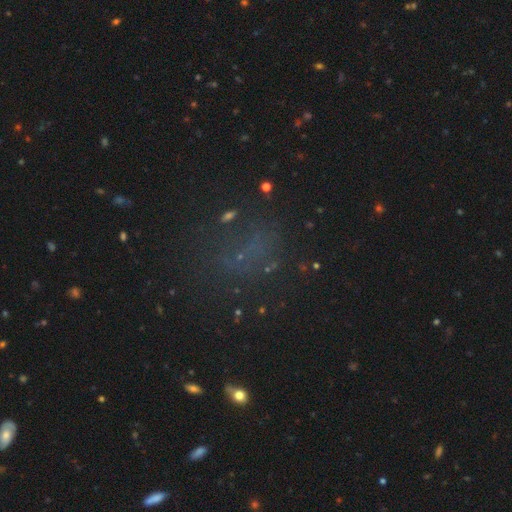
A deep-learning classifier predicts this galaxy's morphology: A star or artifact, not a galaxy (45%).

Vote fractions:
- Smooth or featured? star or artifact: 45% / smooth: 36% / featured or disk: 19%